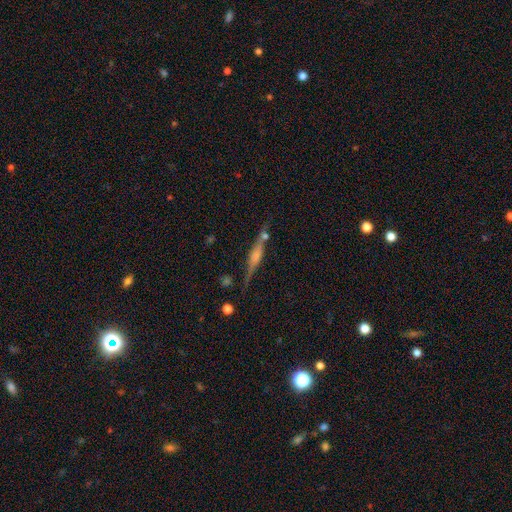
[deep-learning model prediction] Q: Smooth or featured?
A: featured or disk (70%); runner-up: smooth (21%)
Q: Edge-on disk?
A: yes (96%); runner-up: no (4%)
Q: Edge-on bulge?
A: rounded (61%); runner-up: boxy (29%)
Q: Merging?
A: none (73%); runner-up: minor disturbance (15%)